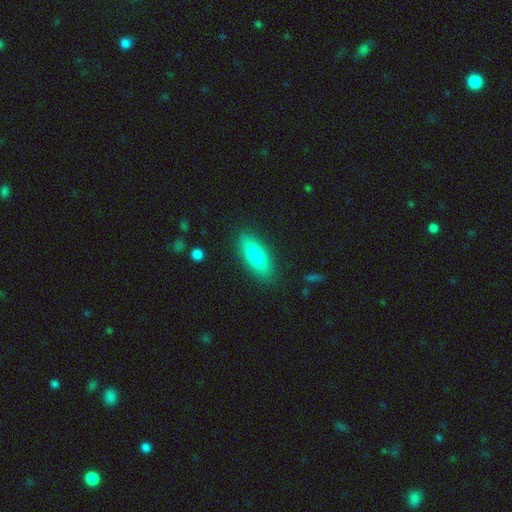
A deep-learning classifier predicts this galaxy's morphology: smooth 79%, featured or disk 14%, star or artifact 6%. Down the decision tree: how rounded — in between (63%); merging — none (87%).